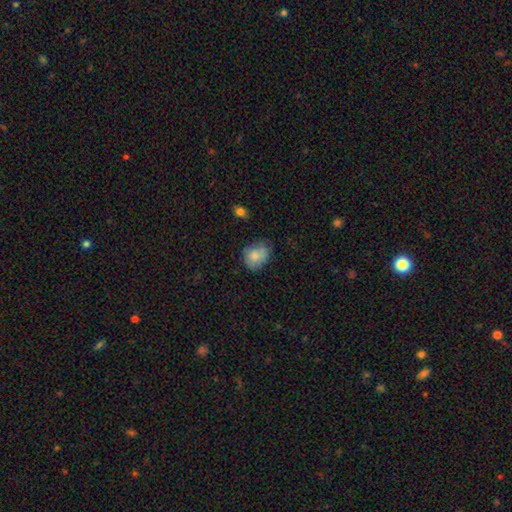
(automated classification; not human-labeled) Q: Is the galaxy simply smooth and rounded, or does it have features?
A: smooth — 79%.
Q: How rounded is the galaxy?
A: round — 56%.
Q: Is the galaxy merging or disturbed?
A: none — 56%.